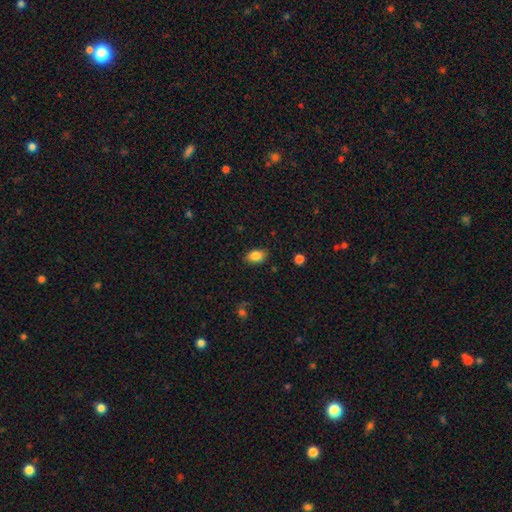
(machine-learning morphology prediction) smooth 85%, star or artifact 8%, featured or disk 6%. Down the decision tree: how rounded — in between (82%); merging — none (84%).